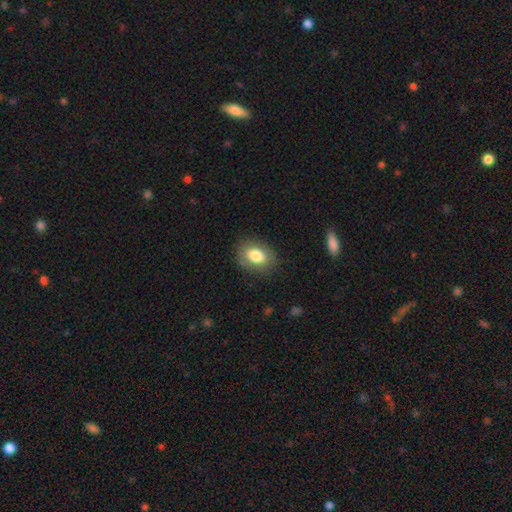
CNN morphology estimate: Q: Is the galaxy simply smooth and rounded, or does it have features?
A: smooth — 79%.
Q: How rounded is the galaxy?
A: in between — 74%.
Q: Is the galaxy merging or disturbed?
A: none — 83%.